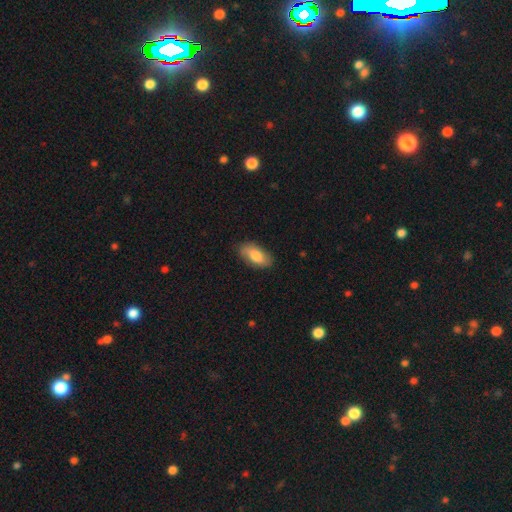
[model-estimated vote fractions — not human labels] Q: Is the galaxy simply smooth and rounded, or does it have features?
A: smooth — 71%.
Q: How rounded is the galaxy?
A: in between — 89%.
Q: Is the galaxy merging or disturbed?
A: none — 82%.